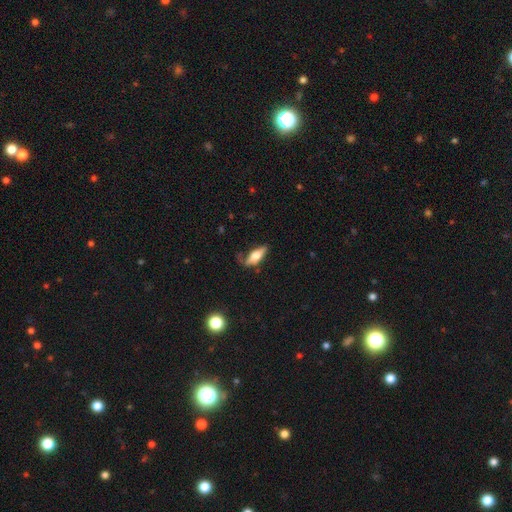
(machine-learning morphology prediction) This is possibly a smooth galaxy (57%). How rounded: possibly in between (58%). Merging: possibly none (59%).